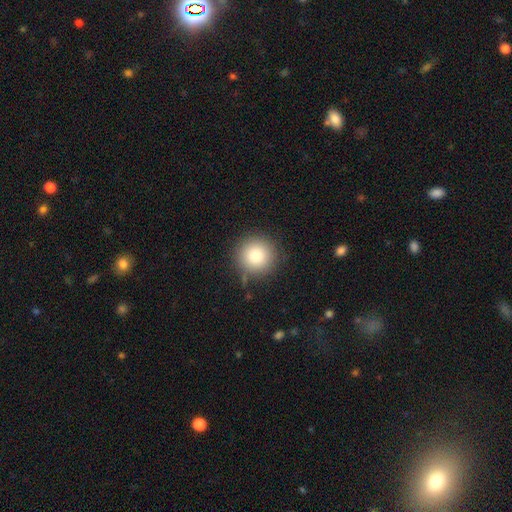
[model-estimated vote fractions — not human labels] Smooth or featured? smooth (84%)
How rounded? round (94%)
Merging? none (84%)